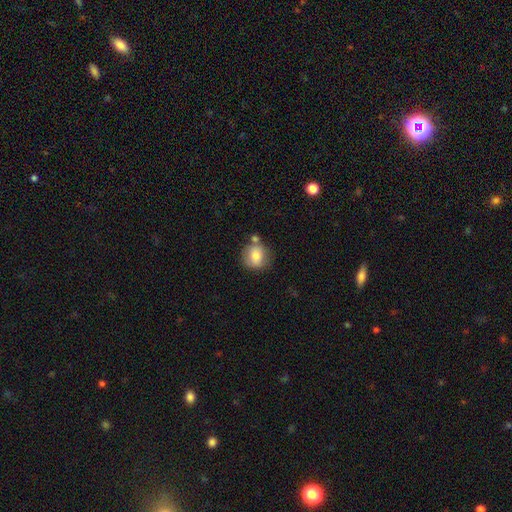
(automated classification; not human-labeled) Overall: smooth (77%). How rounded: round (86%). Merging: none (63%).